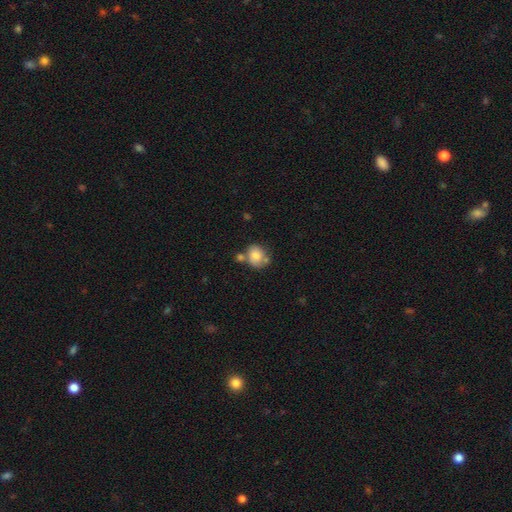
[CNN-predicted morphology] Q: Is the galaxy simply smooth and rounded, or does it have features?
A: smooth — 78%.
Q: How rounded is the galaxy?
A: round — 64%.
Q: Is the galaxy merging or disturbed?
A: none — 46%.